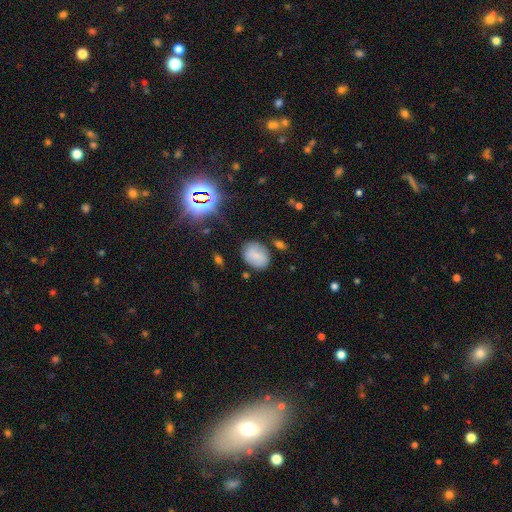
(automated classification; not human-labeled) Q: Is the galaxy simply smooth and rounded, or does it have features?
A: smooth — 71%.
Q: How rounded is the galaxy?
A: in between — 55%.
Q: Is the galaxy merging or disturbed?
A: none — 77%.